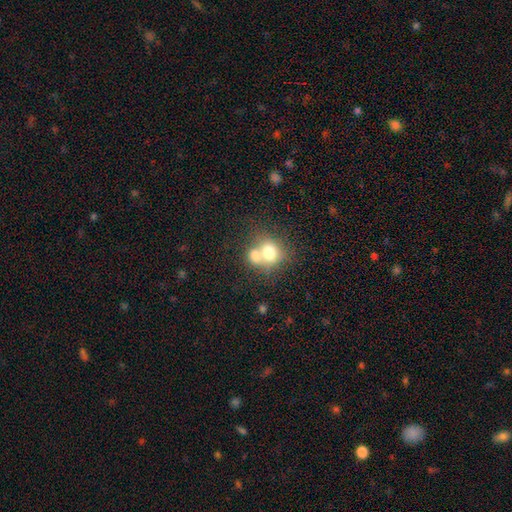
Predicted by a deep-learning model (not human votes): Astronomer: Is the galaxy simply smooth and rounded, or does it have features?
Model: smooth — 72%.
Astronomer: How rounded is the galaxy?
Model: round — 63%.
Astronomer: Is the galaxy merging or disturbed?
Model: merger — 62%.